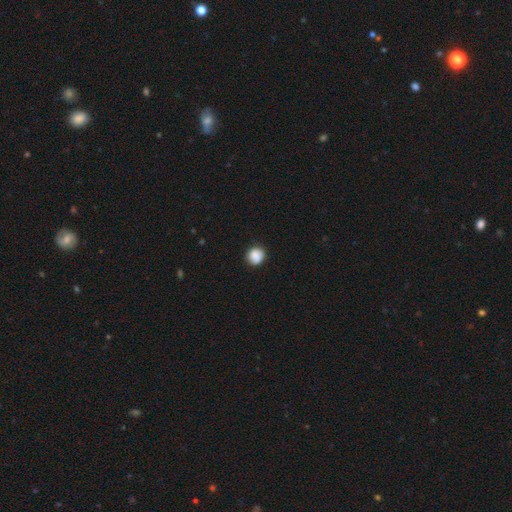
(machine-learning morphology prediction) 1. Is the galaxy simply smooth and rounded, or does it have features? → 85% smooth, 9% star or artifact, 7% featured or disk.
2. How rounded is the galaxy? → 89% round, 10% in between, 1% cigar-shaped.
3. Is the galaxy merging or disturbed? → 81% none, 14% minor disturbance, 3% major disturbance, 2% merger.